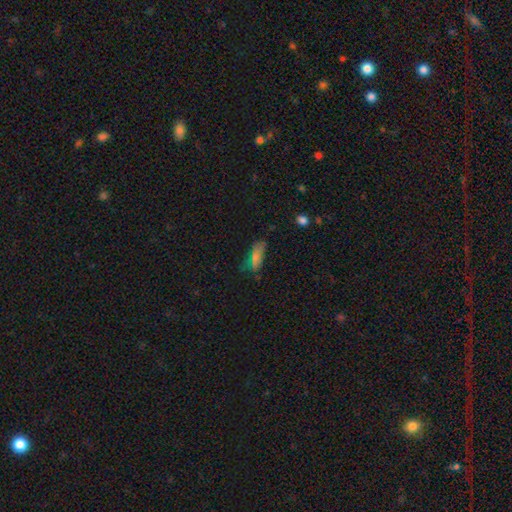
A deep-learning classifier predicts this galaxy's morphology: This is likely a smooth galaxy (63%). How rounded: likely in between (62%). Merging: possibly none (58%).